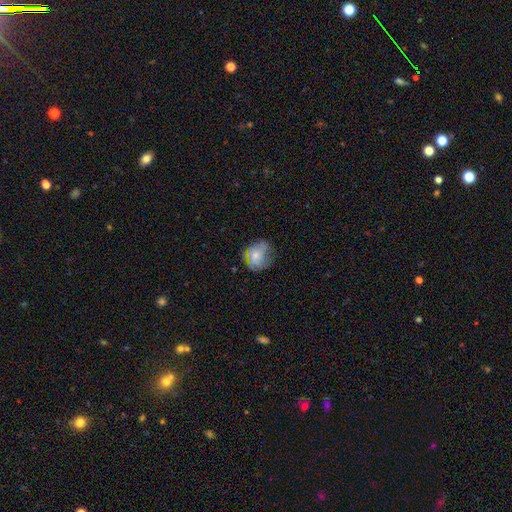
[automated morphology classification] Smooth or featured? Predicted: smooth (p=0.62). How rounded? Predicted: round (p=0.65). Merging? Predicted: none (p=0.56).